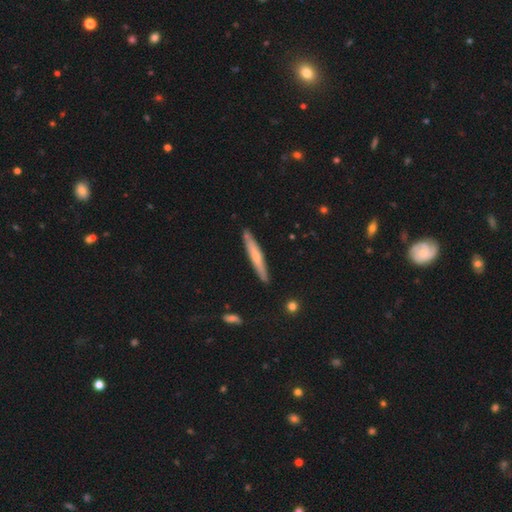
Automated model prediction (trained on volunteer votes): The model was most divided on "smooth or featured": smooth: 49%, featured or disk: 45%, star or artifact: 6%. More confident: merging — none (87%).